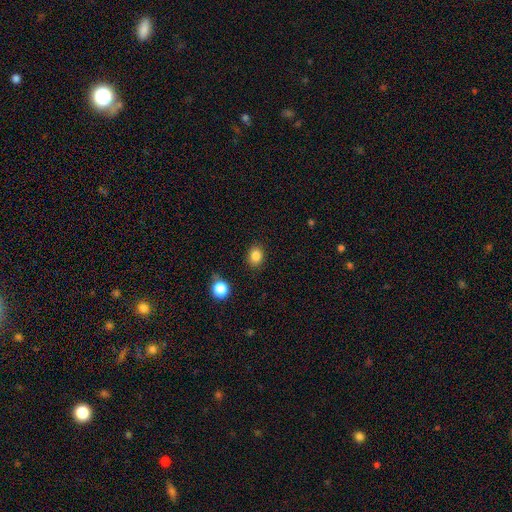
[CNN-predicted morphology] smooth 84%, star or artifact 11%, featured or disk 5%. Down the decision tree: how rounded — round (57%); merging — none (87%).